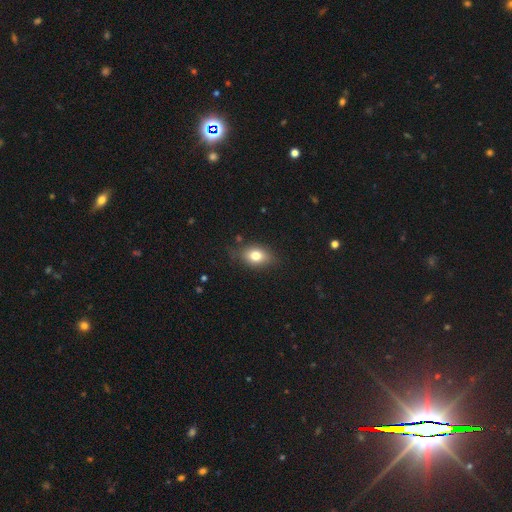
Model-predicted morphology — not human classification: Q: Smooth or featured?
A: smooth (77%); runner-up: featured or disk (13%)
Q: How rounded?
A: in between (75%); runner-up: round (23%)
Q: Merging?
A: none (76%); runner-up: minor disturbance (19%)